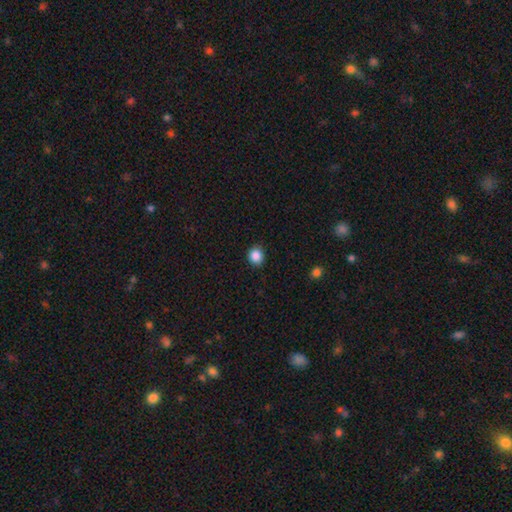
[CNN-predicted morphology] A smooth galaxy with no disk features (87%) that is round (78%). Merging: none (88%).